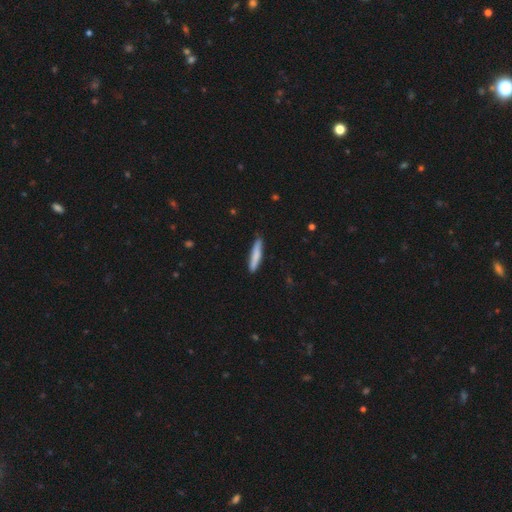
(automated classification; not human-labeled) smooth_or_featured: smooth (p=0.79) [alt: featured or disk p=0.16]
how_rounded: cigar-shaped (p=0.92) [alt: in between p=0.07]
merging: none (p=0.86) [alt: minor disturbance p=0.11]